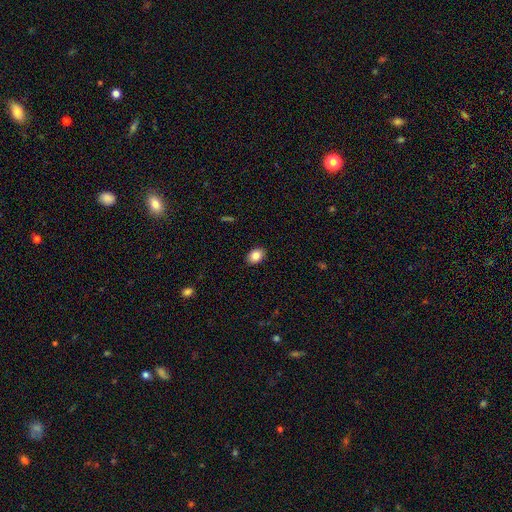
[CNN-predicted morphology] The model was most divided on "how rounded": in between: 77%, round: 22%, cigar-shaped: 1%. More confident: merging — none (90%); smooth or featured — smooth (85%).